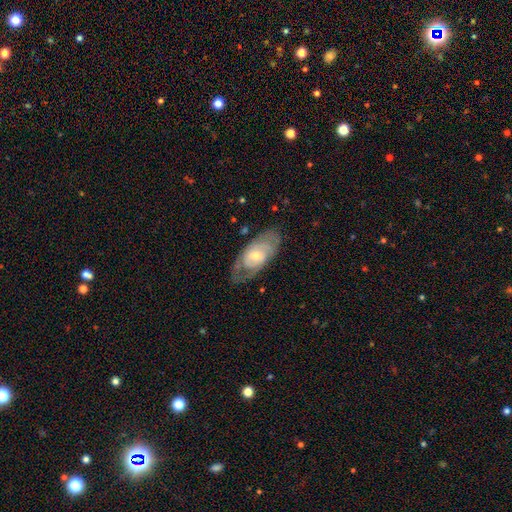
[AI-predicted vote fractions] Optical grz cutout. It shows a featured or disk galaxy (62%) with no bar (65%), spiral arms (64%) and a moderate central bulge (51%). Merging: none (60%).